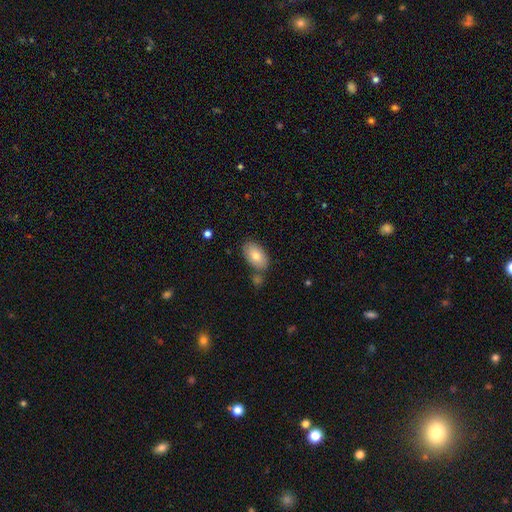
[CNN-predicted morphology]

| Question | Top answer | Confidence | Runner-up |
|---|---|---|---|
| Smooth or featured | smooth | 79% | featured or disk (13%) |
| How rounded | in between | 94% | round (4%) |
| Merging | none | 73% | minor disturbance (14%) |